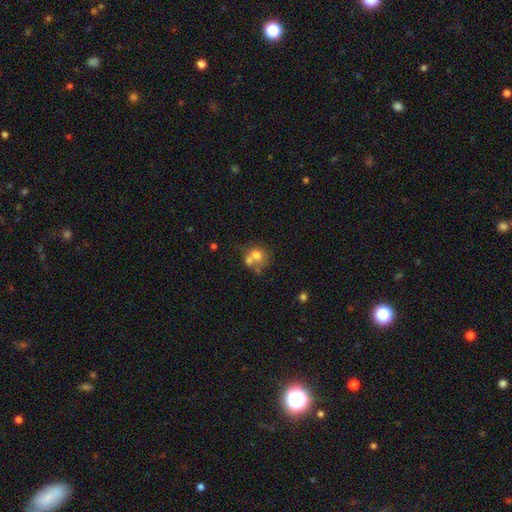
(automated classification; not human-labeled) Q: Smooth or featured?
A: smooth (67%); runner-up: featured or disk (22%)
Q: How rounded?
A: round (70%); runner-up: in between (29%)
Q: Merging?
A: merger (51%); runner-up: none (32%)